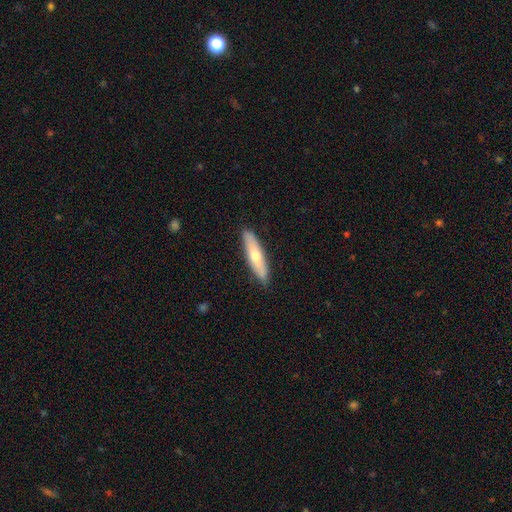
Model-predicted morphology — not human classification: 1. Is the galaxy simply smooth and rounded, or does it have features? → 57% smooth, 38% featured or disk, 5% star or artifact.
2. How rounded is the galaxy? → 76% cigar-shaped, 22% in between, 2% round.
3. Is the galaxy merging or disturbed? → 88% none, 9% minor disturbance, 2% major disturbance, 1% merger.